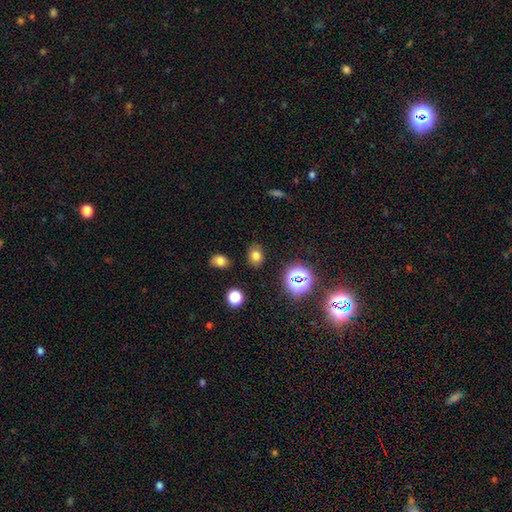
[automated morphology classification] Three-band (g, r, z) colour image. It shows a smooth galaxy with no disk features (74%) that is in between round and cigar-shaped (56%). Merging: none (84%).